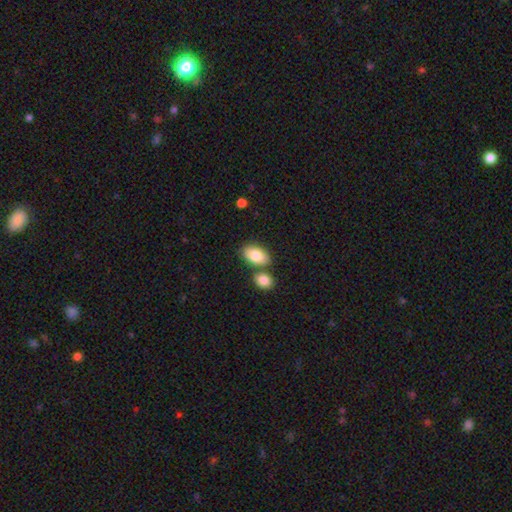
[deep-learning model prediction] smooth 84%, featured or disk 9%, star or artifact 6%. Down the decision tree: how rounded — in between (92%); merging — none (63%).